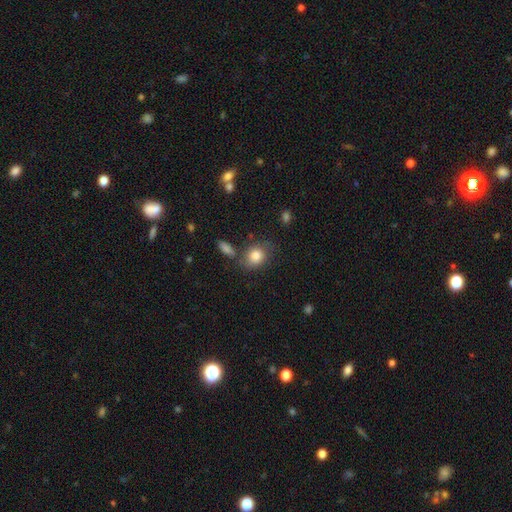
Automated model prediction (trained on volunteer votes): This is clearly a smooth galaxy (82%). How rounded: possibly round (50%). Merging: likely none (64%).